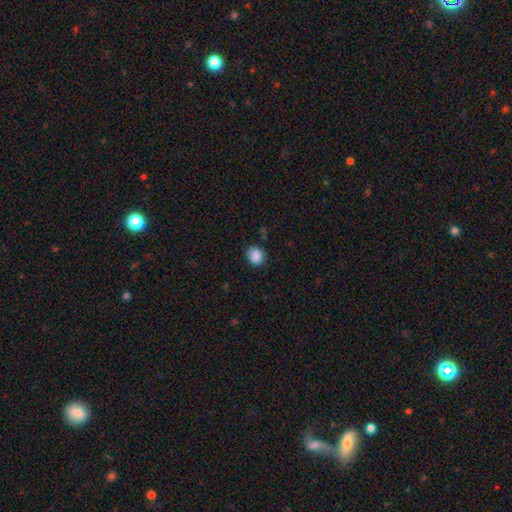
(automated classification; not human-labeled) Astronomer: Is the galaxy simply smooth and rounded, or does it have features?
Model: smooth — 87%.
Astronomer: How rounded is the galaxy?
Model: round — 58% (runner-up: in between, 41%).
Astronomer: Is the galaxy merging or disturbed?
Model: none — 77%.